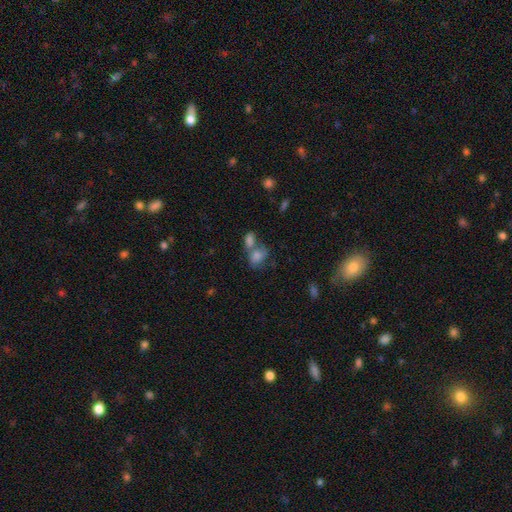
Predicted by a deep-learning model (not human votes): Smooth or featured? smooth (69%)
How rounded? in between (67%)
Merging? merger (46%)